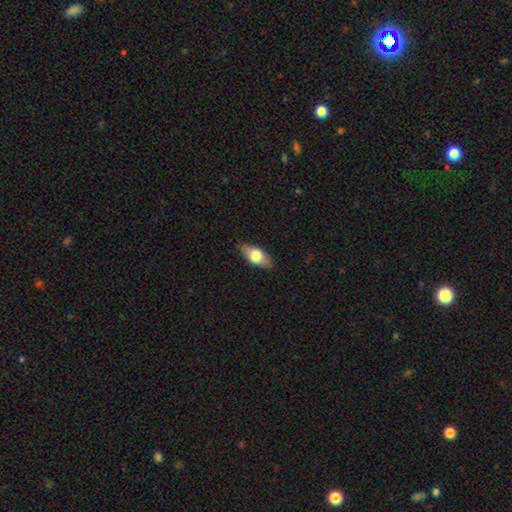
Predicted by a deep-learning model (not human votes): This appears to be a smooth galaxy with no disk features (65%) that is in between round and cigar-shaped (84%). Merging: none (85%).